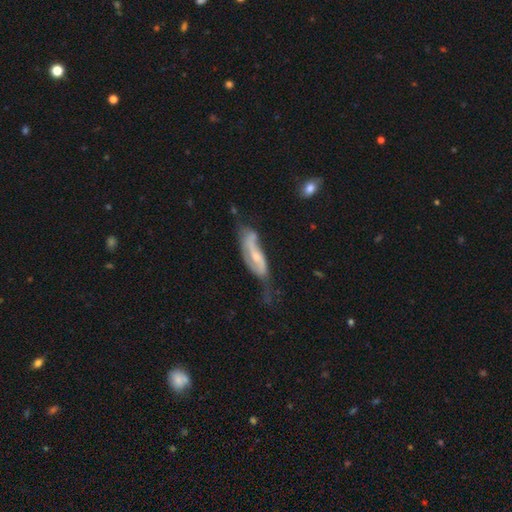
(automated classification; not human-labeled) A featured or disk galaxy (73%) with a weak bar (42%), 2 (78%) loose (44%) spiral arms (87%) and a small central bulge (46%). Merging: none (35%).